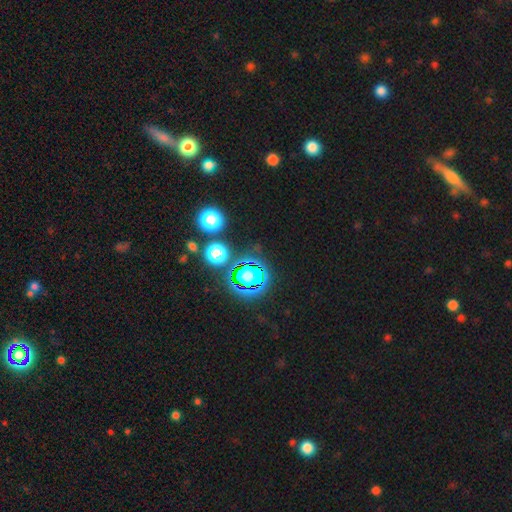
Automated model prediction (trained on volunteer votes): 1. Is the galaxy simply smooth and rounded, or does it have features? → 76% star or artifact, 15% smooth, 8% featured or disk.